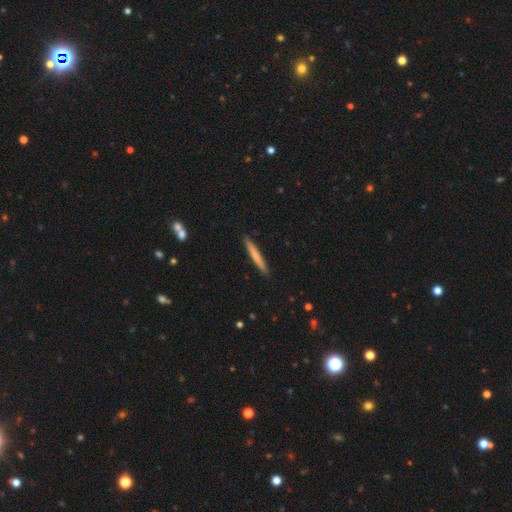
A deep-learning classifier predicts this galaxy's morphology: This is likely a smooth galaxy (65%). How rounded: clearly cigar-shaped (96%). Merging: clearly none (90%).